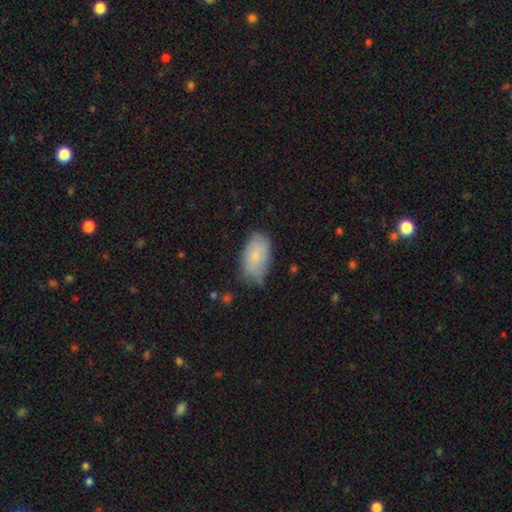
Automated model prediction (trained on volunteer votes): Smooth or featured?
  - smooth: 78% *
  - featured or disk: 15%
  - star or artifact: 7%
How rounded?
  - in between: 94% *
  - round: 4%
  - cigar-shaped: 2%
Merging?
  - none: 66% *
  - minor disturbance: 27%
  - major disturbance: 5%
  - merger: 2%